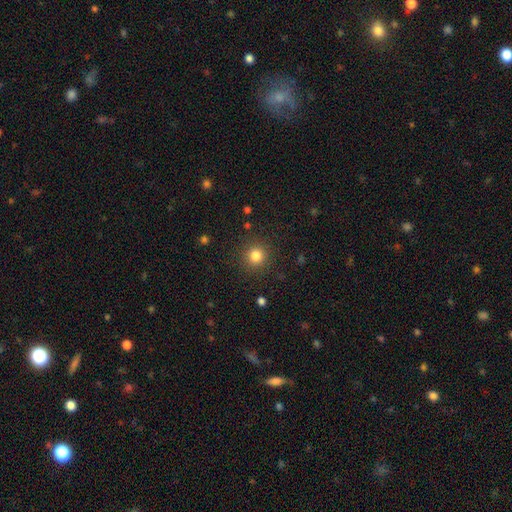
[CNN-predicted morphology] Smooth or featured?
  - smooth: 82% *
  - star or artifact: 13%
  - featured or disk: 6%
How rounded?
  - round: 93% *
  - in between: 6%
  - cigar-shaped: 1%
Merging?
  - none: 90% *
  - minor disturbance: 6%
  - major disturbance: 3%
  - merger: 1%